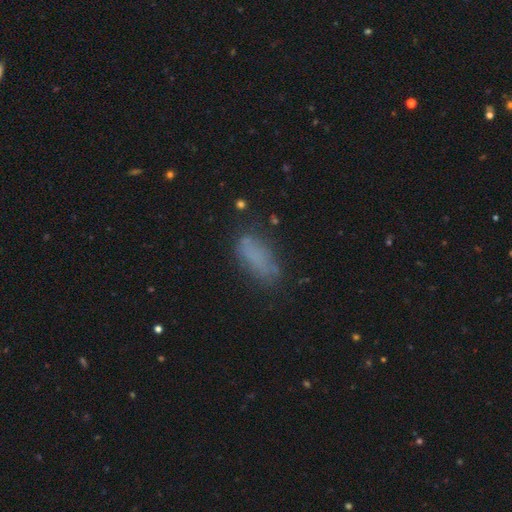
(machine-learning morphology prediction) A smooth galaxy with no disk features (71%) that is in between round and cigar-shaped (77%).

Vote fractions:
- Smooth or featured? smooth: 71% / featured or disk: 17% / star or artifact: 13%
- How rounded? in between: 77% / cigar-shaped: 20% / round: 3%
- Merging? none: 63% / minor disturbance: 22% / major disturbance: 11% / merger: 3%